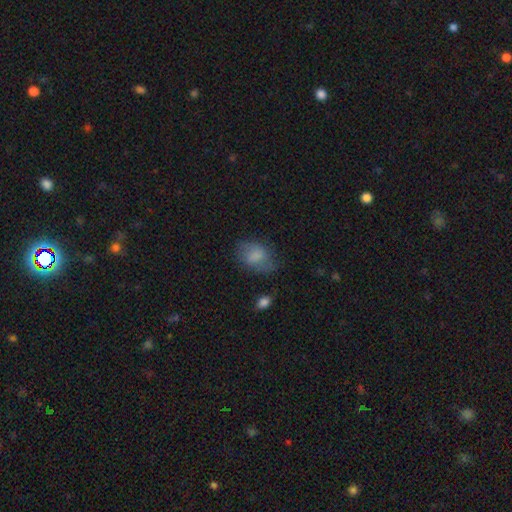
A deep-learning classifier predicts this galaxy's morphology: This is likely a smooth galaxy (73%). How rounded: likely in between (74%). Merging: possibly none (58%).